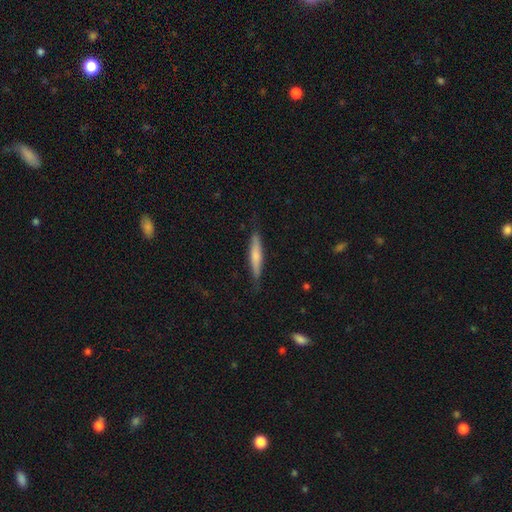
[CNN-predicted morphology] smooth 60%, featured or disk 34%, star or artifact 5%. Down the decision tree: how rounded — cigar-shaped (90%); merging — none (83%).